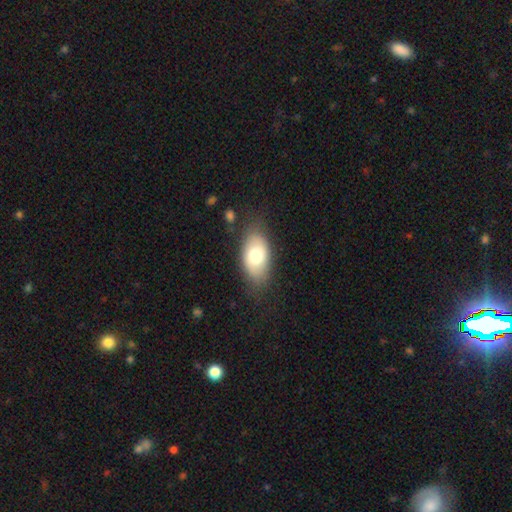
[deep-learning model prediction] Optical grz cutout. It shows a smooth galaxy with no disk features (73%) that is in between round and cigar-shaped (91%). Merging: none (74%).